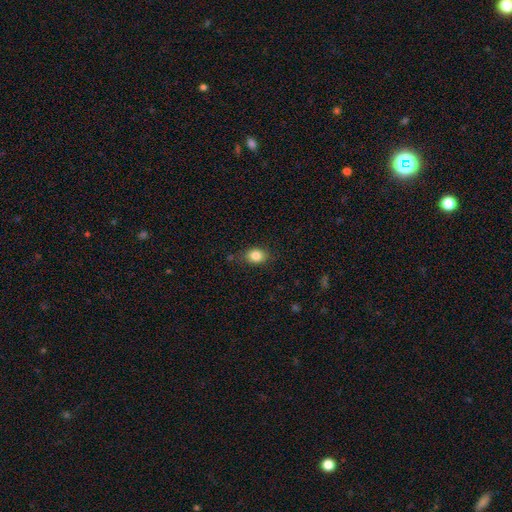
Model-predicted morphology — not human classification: smooth-or-featured: smooth: 84% | star or artifact: 9% | featured or disk: 6%
  how-rounded: in between: 62% | round: 36% | cigar-shaped: 1%
  merging: none: 79% | minor disturbance: 16% | major disturbance: 4% | merger: 2%